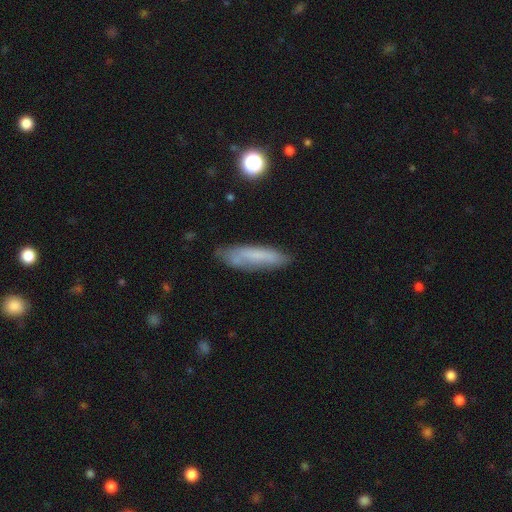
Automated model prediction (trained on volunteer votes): This is likely a smooth galaxy (64%). How rounded: likely cigar-shaped (74%). Merging: likely none (70%).